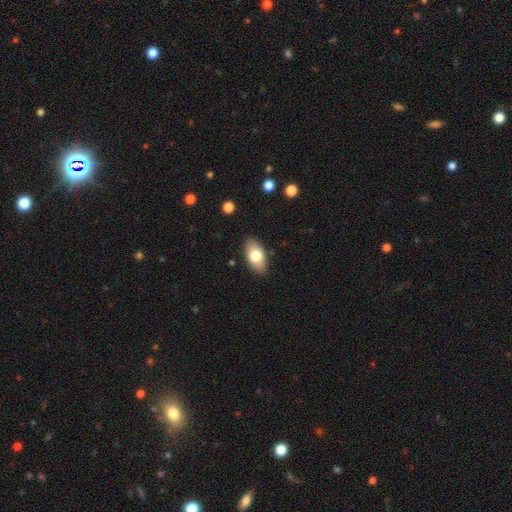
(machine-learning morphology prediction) smooth 76%, featured or disk 17%, star or artifact 7%. Down the decision tree: how rounded — in between (92%); merging — none (87%).